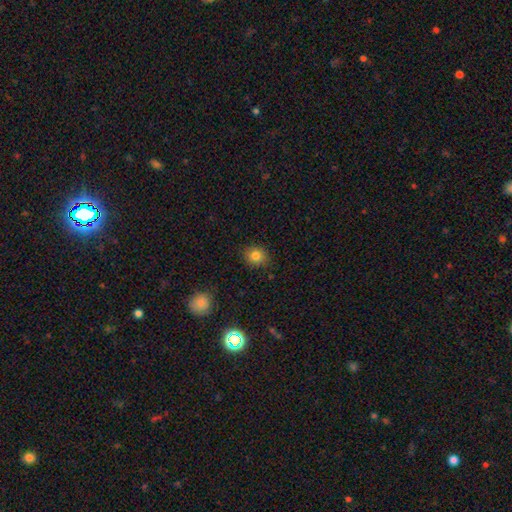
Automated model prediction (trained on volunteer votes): The model was most divided on "how rounded": round: 77%, in between: 22%, cigar-shaped: 1%. More confident: merging — none (88%); smooth or featured — smooth (81%).